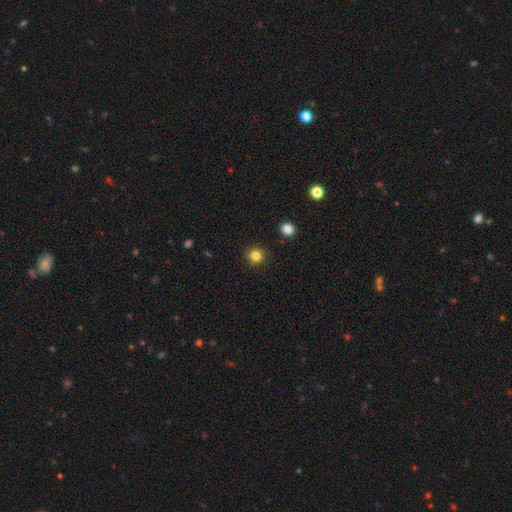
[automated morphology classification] Smooth or featured?
  - smooth: 83% *
  - star or artifact: 13%
  - featured or disk: 5%
How rounded?
  - round: 91% *
  - in between: 8%
  - cigar-shaped: 1%
Merging?
  - none: 89% *
  - minor disturbance: 7%
  - merger: 2%
  - major disturbance: 2%